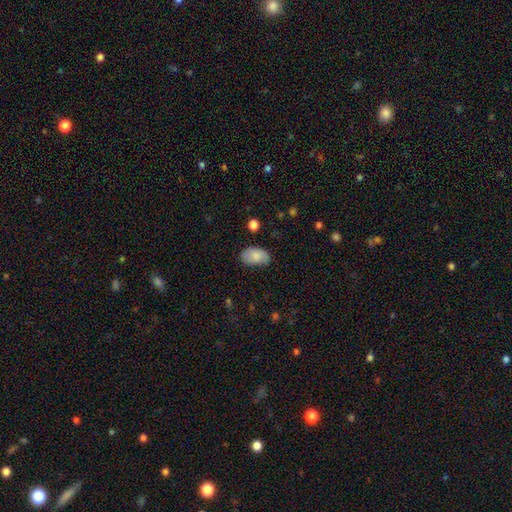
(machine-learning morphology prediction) type=smooth (81%); roundness=in between (93%); merging=none (68%).